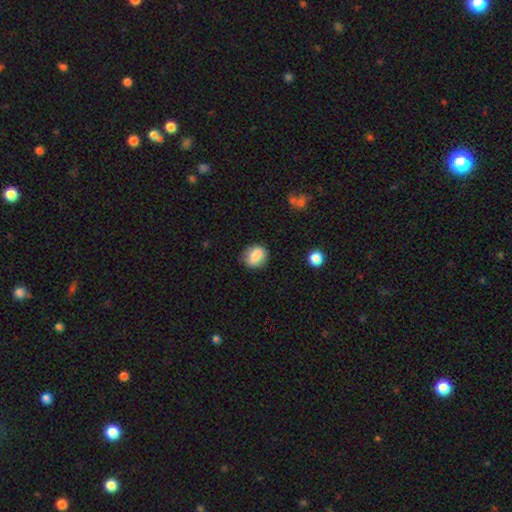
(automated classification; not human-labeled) Smooth or featured? smooth (84%)
How rounded? round (56%)
Merging? none (77%)